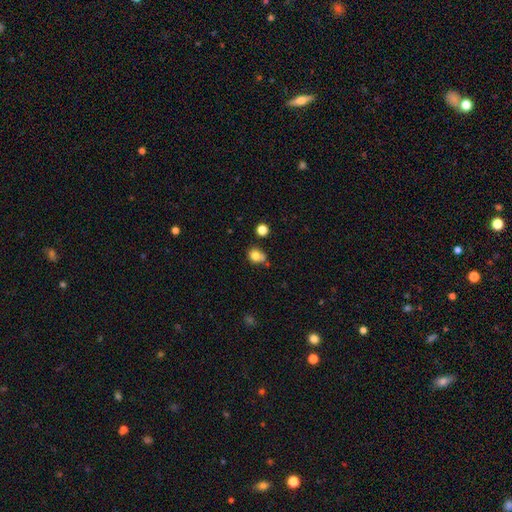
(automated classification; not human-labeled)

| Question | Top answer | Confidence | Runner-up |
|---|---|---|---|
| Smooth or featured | smooth | 80% | star or artifact (12%) |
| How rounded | round | 78% | in between (21%) |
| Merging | none | 58% | merger (21%) |